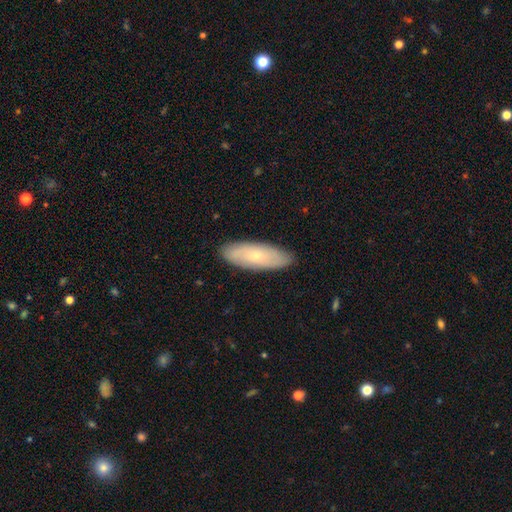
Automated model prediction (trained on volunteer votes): A smooth galaxy with no disk features (58%) that is in between round and cigar-shaped (64%).

Vote fractions:
- Smooth or featured? smooth: 58% / featured or disk: 36% / star or artifact: 6%
- How rounded? in between: 64% / cigar-shaped: 34% / round: 2%
- Merging? none: 88% / minor disturbance: 10% / major disturbance: 2% / merger: 1%